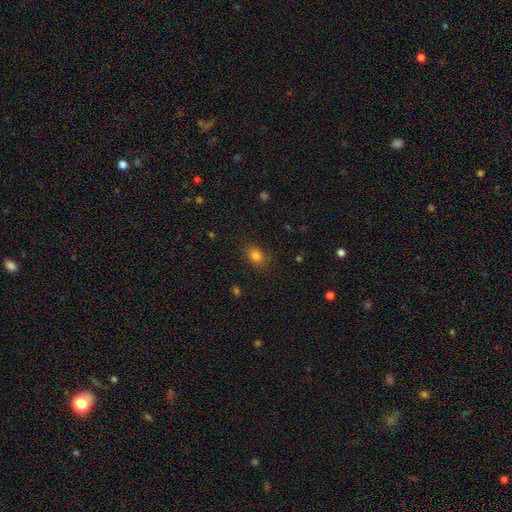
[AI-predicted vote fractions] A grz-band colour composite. It shows a smooth galaxy with no disk features (81%) that is in between round and cigar-shaped (72%). Merging: none (83%).